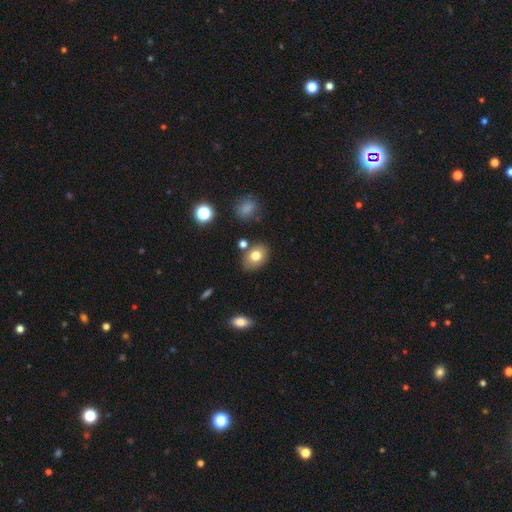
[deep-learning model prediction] smooth-or-featured: smooth: 77% | featured or disk: 13% | star or artifact: 10%
  how-rounded: in between: 73% | round: 25% | cigar-shaped: 1%
  merging: none: 77% | minor disturbance: 12% | merger: 7% | major disturbance: 3%